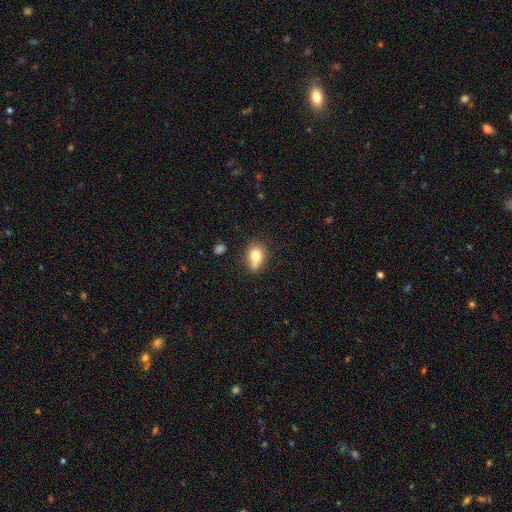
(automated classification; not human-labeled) smooth 75%, featured or disk 15%, star or artifact 10%. Down the decision tree: how rounded — in between (56%); merging — none (52%).